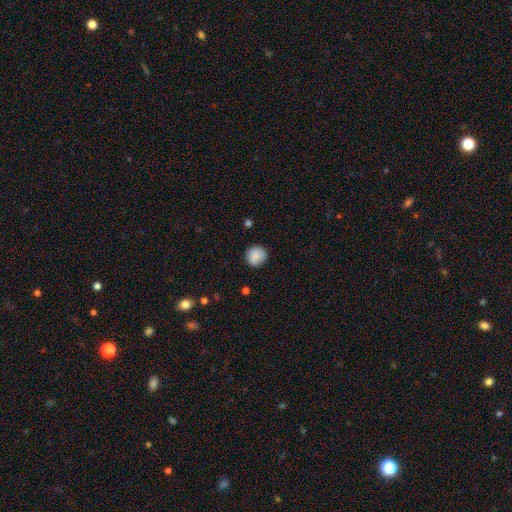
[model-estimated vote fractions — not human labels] This appears to be a smooth galaxy with no disk features (85%) that is round (90%). Merging: none (83%).